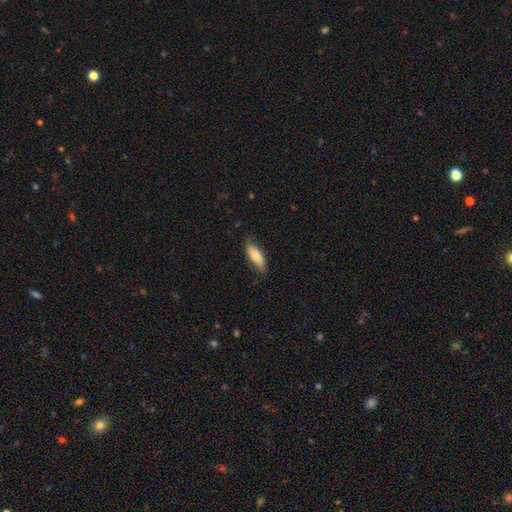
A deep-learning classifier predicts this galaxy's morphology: smooth_or_featured: smooth (p=0.74) [alt: featured or disk p=0.20]
how_rounded: in between (p=0.69) [alt: cigar-shaped p=0.29]
merging: none (p=0.74) [alt: minor disturbance p=0.21]